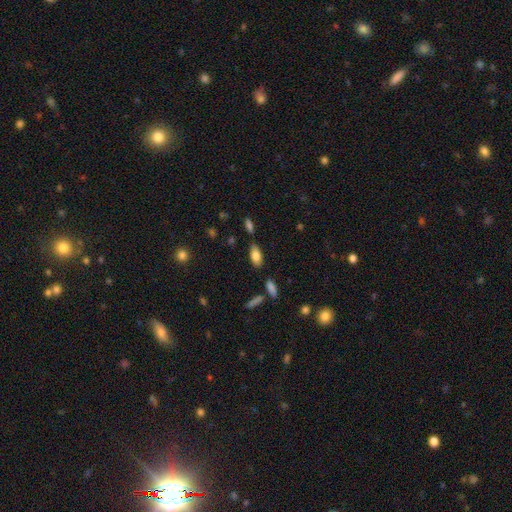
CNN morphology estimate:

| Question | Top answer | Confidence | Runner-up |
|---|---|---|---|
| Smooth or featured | smooth | 79% | featured or disk (13%) |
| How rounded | in between | 87% | cigar-shaped (11%) |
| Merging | none | 78% | minor disturbance (15%) |